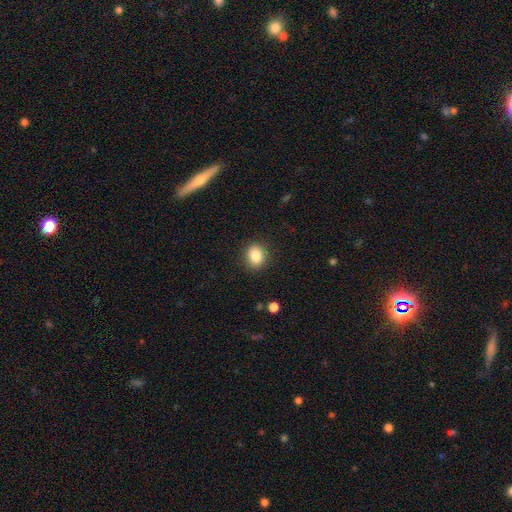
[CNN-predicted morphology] This appears to be a smooth galaxy with no disk features (85%) that is round (61%). Merging: none (88%).